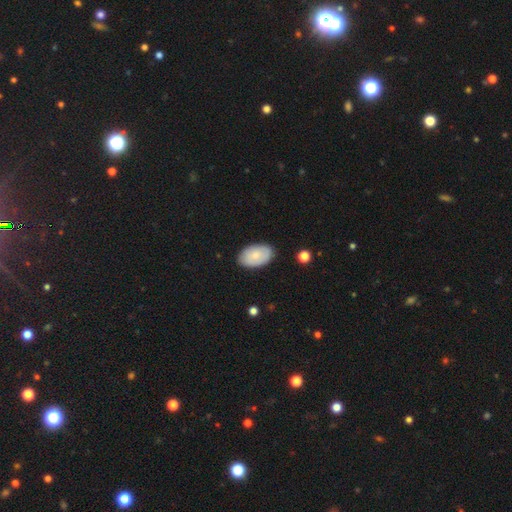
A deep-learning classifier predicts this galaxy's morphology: This is likely a smooth galaxy (74%). How rounded: clearly in between (93%). Merging: clearly none (84%).